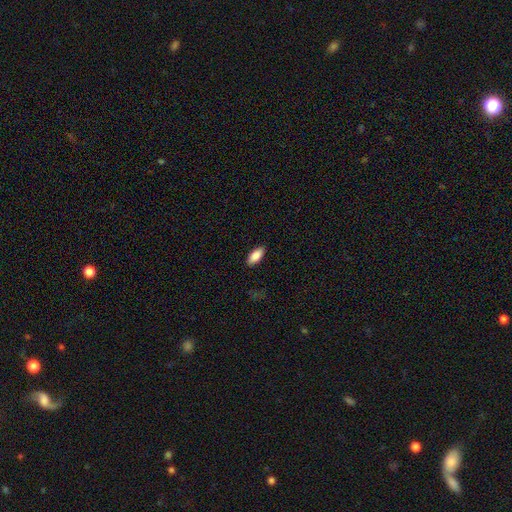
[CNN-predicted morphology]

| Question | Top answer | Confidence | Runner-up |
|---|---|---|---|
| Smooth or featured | smooth | 86% | featured or disk (8%) |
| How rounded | in between | 87% | cigar-shaped (11%) |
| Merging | none | 89% | minor disturbance (9%) |